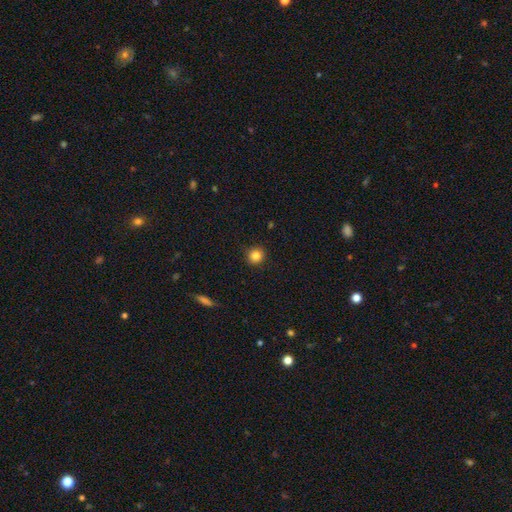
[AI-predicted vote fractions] smooth-or-featured: smooth: 84% | star or artifact: 11% | featured or disk: 5%
  how-rounded: round: 92% | in between: 7% | cigar-shaped: 1%
  merging: none: 91% | minor disturbance: 6% | major disturbance: 2% | merger: 1%